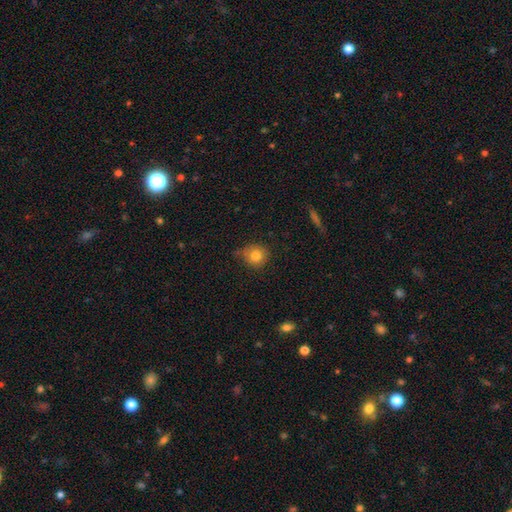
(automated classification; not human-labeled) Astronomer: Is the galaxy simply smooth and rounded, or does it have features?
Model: smooth — 82%.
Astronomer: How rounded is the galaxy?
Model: round — 90%.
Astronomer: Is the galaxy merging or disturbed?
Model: none — 76%.